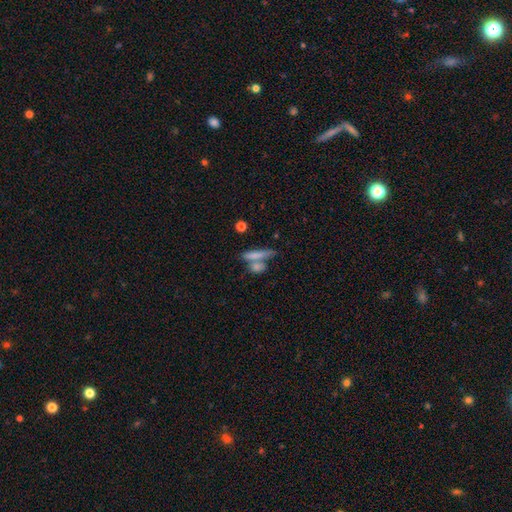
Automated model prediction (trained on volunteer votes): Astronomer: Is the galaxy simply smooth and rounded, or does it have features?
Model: smooth — 71%.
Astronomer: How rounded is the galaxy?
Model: cigar-shaped — 69%.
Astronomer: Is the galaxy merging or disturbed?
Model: none — 47% (runner-up: merger, 37%).